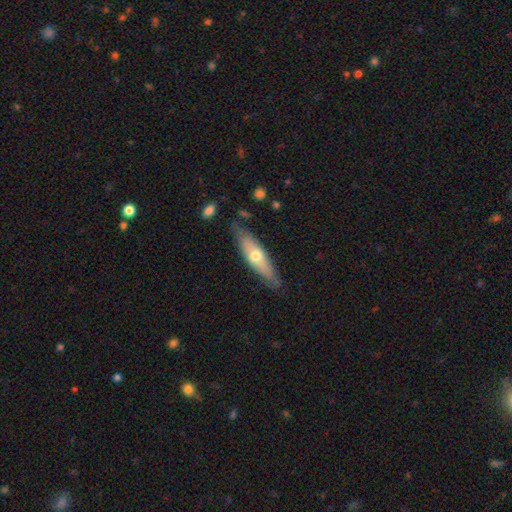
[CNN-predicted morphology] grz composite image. It shows a smooth galaxy with no disk features (48%). Merging: none (76%).